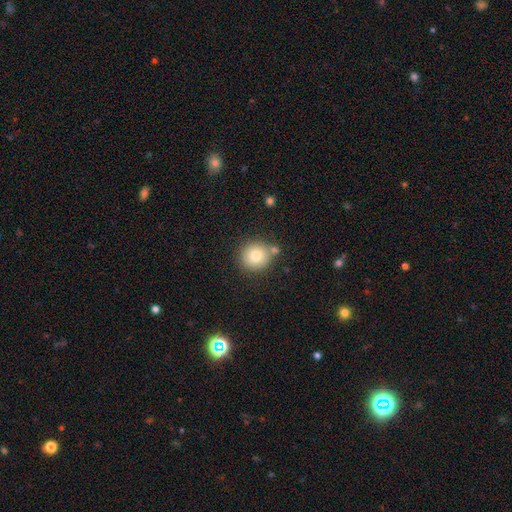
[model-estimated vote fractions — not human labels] smooth 80%, featured or disk 10%, star or artifact 10%. Down the decision tree: how rounded — round (92%); merging — none (72%).